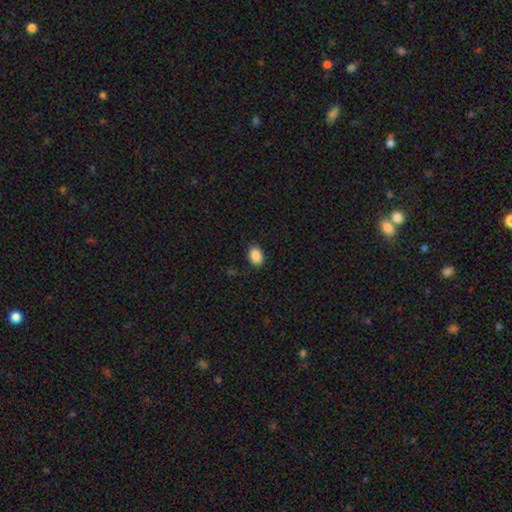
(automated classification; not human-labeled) The model was most divided on "how rounded": in between: 75%, round: 24%, cigar-shaped: 1%. More confident: smooth or featured — smooth (89%); merging — none (88%).